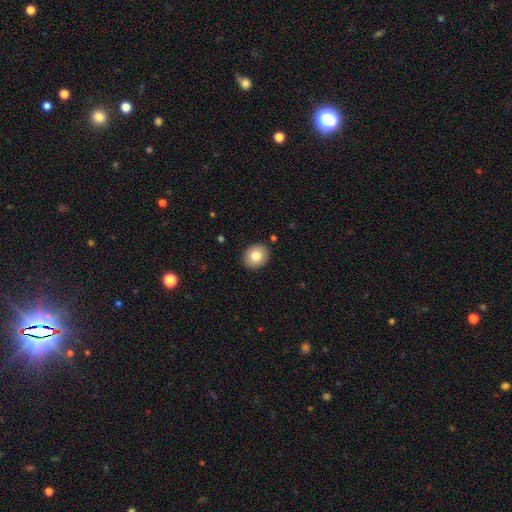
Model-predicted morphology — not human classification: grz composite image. It shows a smooth galaxy with no disk features (80%) that is round (64%). Merging: none (90%).